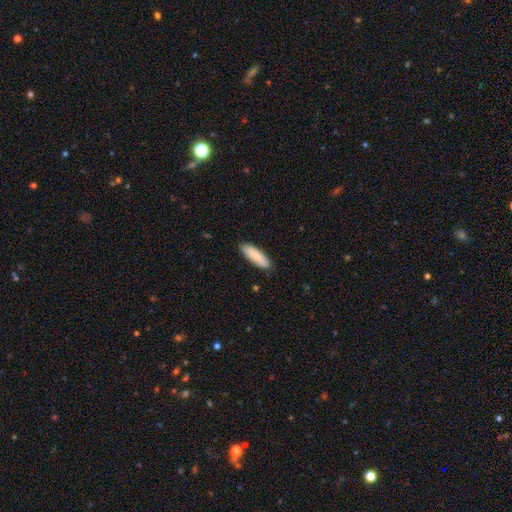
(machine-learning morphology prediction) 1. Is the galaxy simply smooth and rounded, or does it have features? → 85% smooth, 10% featured or disk, 6% star or artifact.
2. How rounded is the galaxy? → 56% cigar-shaped, 43% in between, 1% round.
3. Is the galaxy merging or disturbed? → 86% none, 11% minor disturbance, 2% major disturbance, 1% merger.